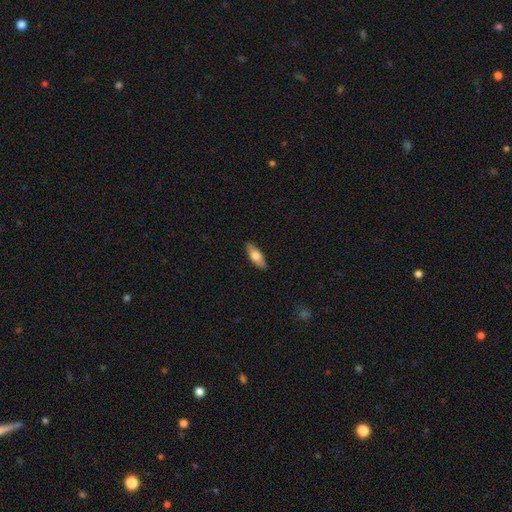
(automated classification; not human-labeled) Smooth or featured? smooth (70%)
How rounded? in between (73%)
Merging? none (89%)